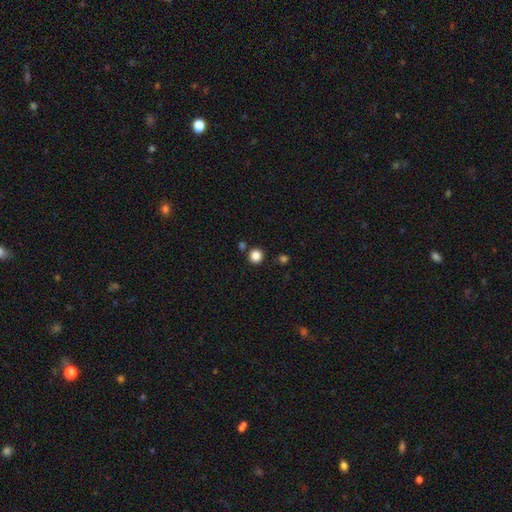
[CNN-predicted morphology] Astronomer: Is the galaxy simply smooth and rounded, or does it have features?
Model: smooth — 86%.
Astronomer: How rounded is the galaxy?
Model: round — 94%.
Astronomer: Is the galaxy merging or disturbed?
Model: none — 86%.